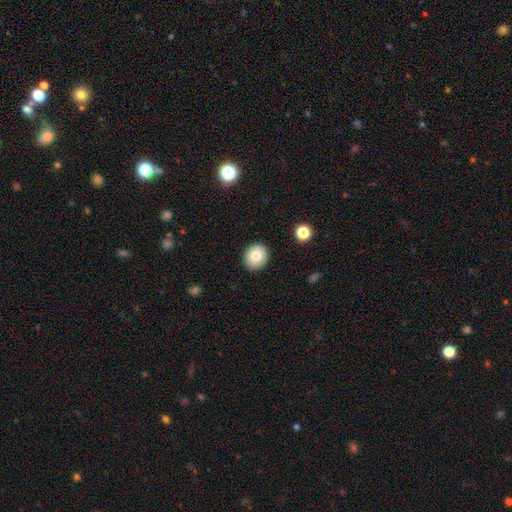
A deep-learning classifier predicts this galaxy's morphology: Smooth or featured? Predicted: smooth (p=0.78). How rounded? Predicted: round (p=0.82). Merging? Predicted: none (p=0.90).